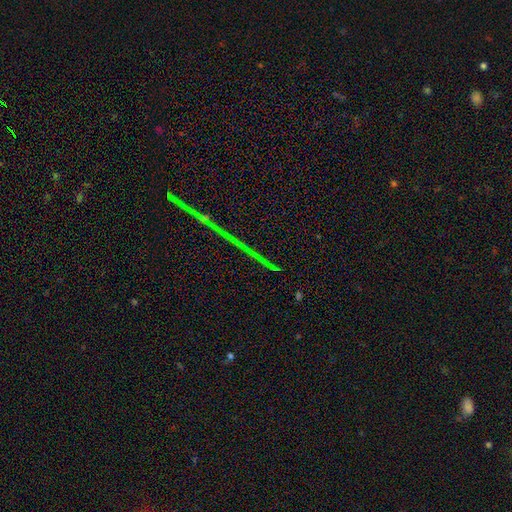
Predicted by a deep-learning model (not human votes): A star or artifact, not a galaxy (71%).

Vote fractions:
- Smooth or featured? star or artifact: 71% / featured or disk: 17% / smooth: 11%